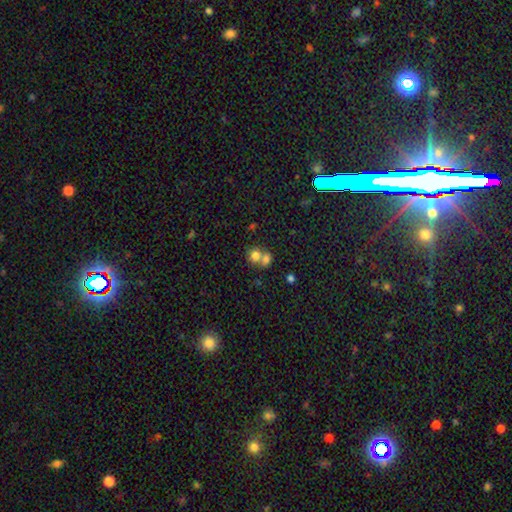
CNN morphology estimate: Smooth or featured? smooth (76%)
How rounded? round (71%)
Merging? merger (60%)